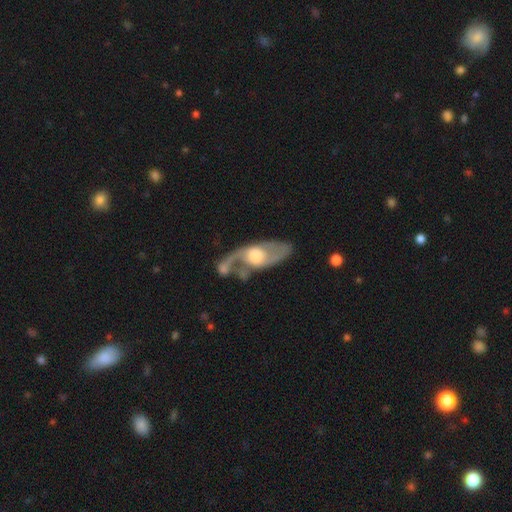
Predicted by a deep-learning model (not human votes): A featured or disk galaxy (76%) with no bar (65%), 2 (74%) loose (57%) spiral arms (83%) and a large central bulge (45%).

Vote fractions:
- Smooth or featured? featured or disk: 76% / smooth: 18% / star or artifact: 5%
- Edge-on disk? no: 87% / yes: 13%
- Bar? no: 65% / weak: 28% / strong: 7%
- Spiral arms? yes: 83% / no: 17%
- Spiral winding? loose: 57% / medium: 32% / tight: 11%
- Spiral arm count? 2: 74% / 1: 15% / can't tell: 7% / 3: 2% / 4: 1% / more than 4: 1%
- Bulge size? large: 45% / moderate: 37% / small: 9% / dominant: 5% / none: 5%
- Merging? none: 36% / major disturbance: 24% / merger: 22% / minor disturbance: 17%